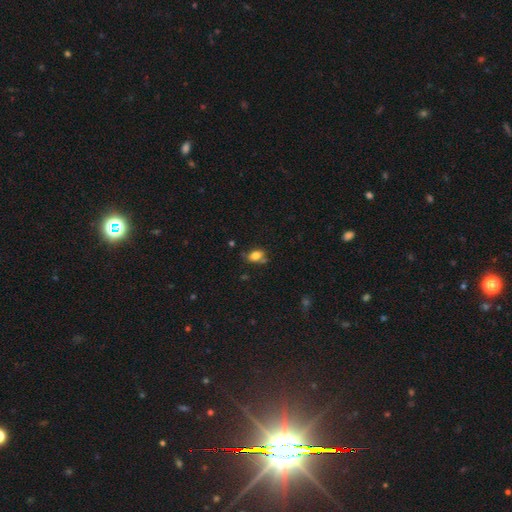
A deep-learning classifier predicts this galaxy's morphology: Smooth or featured: smooth — 77% (featured or disk — 12%)
How rounded: in between — 82% (round — 15%)
Merging: none — 62% (minor disturbance — 23%)